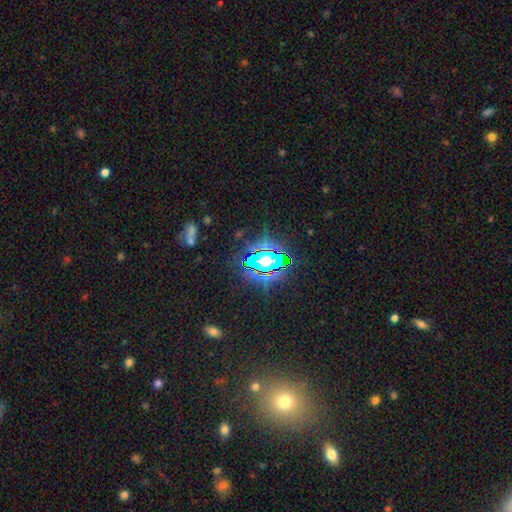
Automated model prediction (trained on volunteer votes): A star or artifact, not a galaxy (77%).

Vote fractions:
- Smooth or featured? star or artifact: 77% / smooth: 13% / featured or disk: 10%